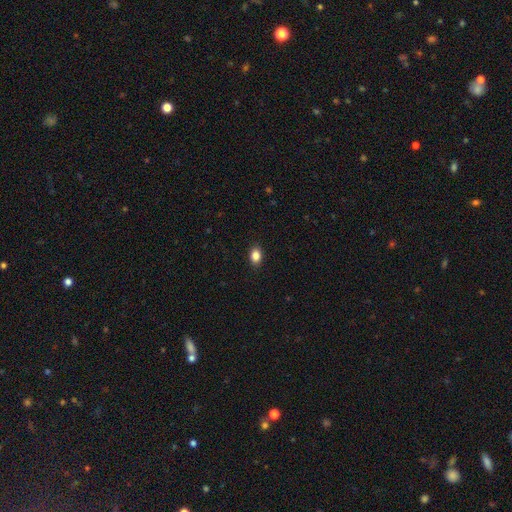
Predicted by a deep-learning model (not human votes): A smooth galaxy with no disk features (86%) that is in between round and cigar-shaped (76%). Merging: none (90%).